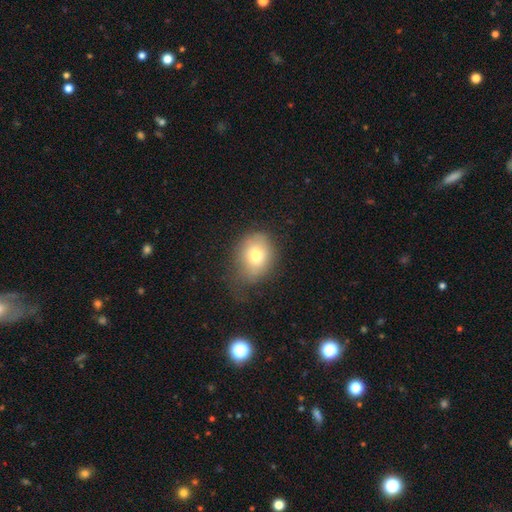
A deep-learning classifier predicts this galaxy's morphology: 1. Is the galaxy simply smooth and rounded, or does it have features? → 74% smooth, 16% featured or disk, 10% star or artifact.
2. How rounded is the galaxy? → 52% round, 47% in between, 1% cigar-shaped.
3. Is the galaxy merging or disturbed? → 52% none, 31% minor disturbance, 15% major disturbance, 2% merger.